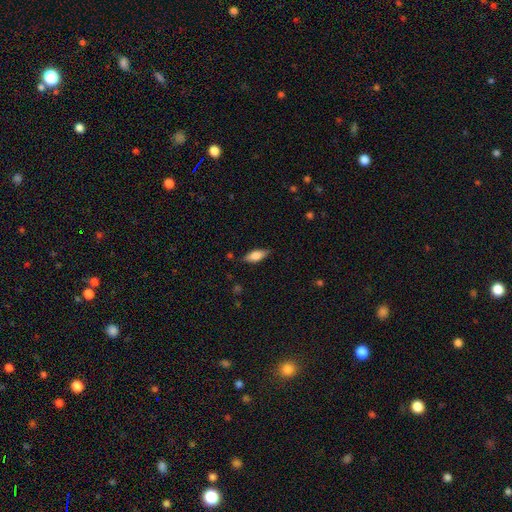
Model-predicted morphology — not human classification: Q: Smooth or featured?
A: smooth (71%); runner-up: featured or disk (22%)
Q: How rounded?
A: in between (75%); runner-up: cigar-shaped (22%)
Q: Merging?
A: none (82%); runner-up: minor disturbance (14%)